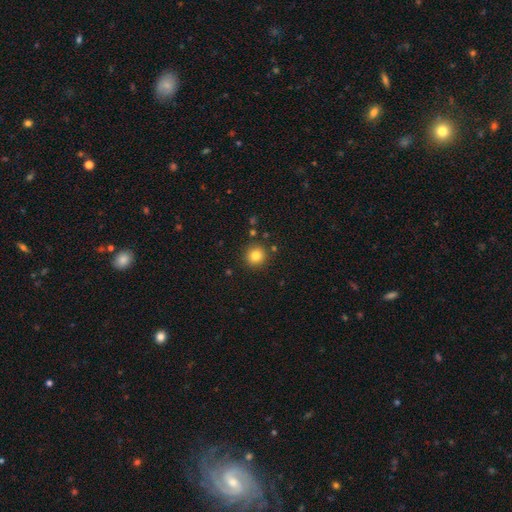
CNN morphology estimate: Smooth or featured? Predicted: smooth (p=0.82). How rounded? Predicted: round (p=0.93). Merging? Predicted: none (p=0.88).